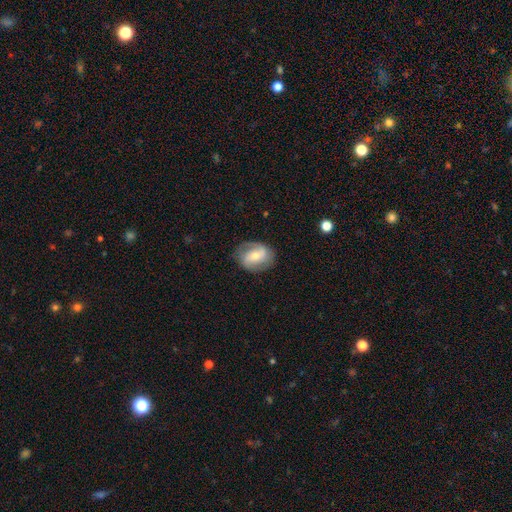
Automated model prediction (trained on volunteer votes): Smooth or featured? featured or disk (67%)
Edge-on disk? no (97%)
Bar? weak (41%)
Spiral arms? yes (87%)
Spiral winding? medium (44%)
Spiral arm count? 2 (80%)
Bulge size? moderate (53%)
Merging? none (77%)